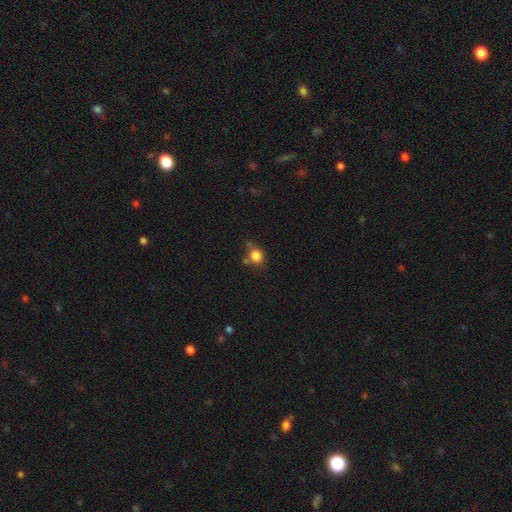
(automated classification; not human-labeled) A smooth galaxy with no disk features (82%) that is round (72%). Merging: none (60%).